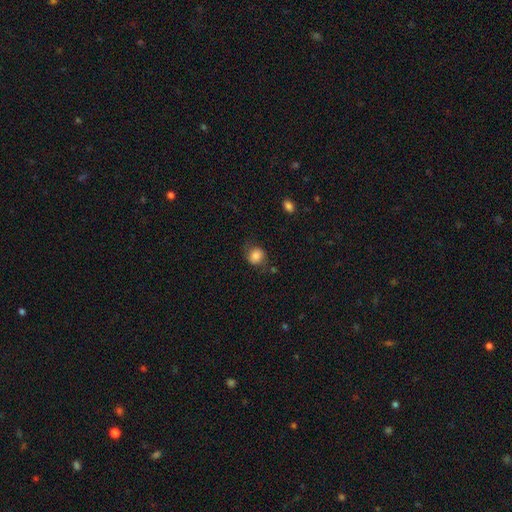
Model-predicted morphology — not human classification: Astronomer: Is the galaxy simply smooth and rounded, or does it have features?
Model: smooth — 77%.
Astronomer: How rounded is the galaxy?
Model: round — 77%.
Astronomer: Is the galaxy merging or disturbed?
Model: none — 67%.